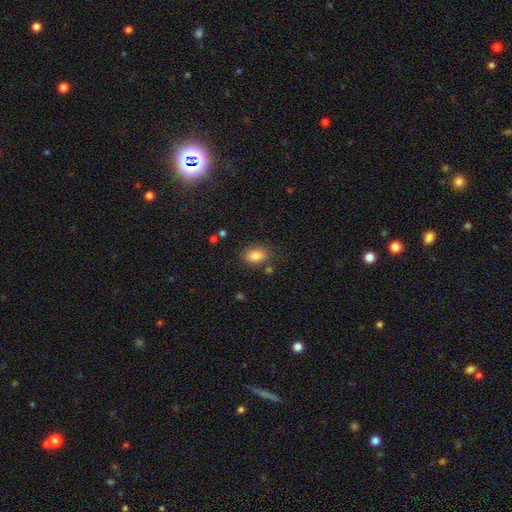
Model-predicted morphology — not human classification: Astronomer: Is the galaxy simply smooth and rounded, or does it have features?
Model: smooth — 83%.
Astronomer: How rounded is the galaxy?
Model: in between — 84%.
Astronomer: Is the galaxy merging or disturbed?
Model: none — 80%.